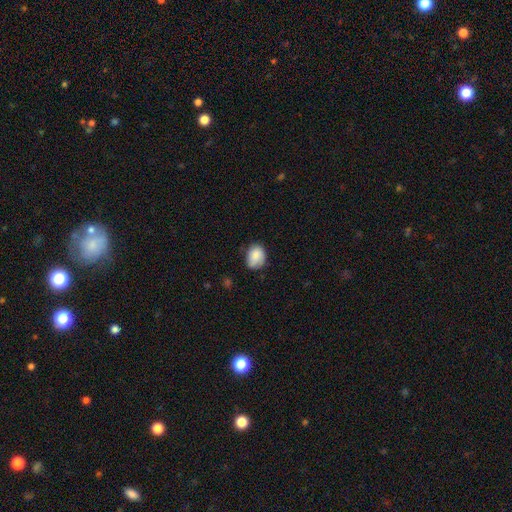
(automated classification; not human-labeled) Morphology: type=smooth (82%); roundness=in between (58%); merging=none (63%).